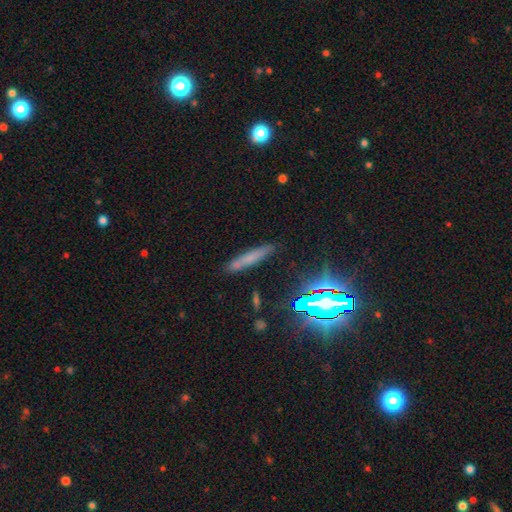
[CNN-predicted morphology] A star or artifact, not a galaxy (36%).

Vote fractions:
- Smooth or featured? star or artifact: 36% / smooth: 35% / featured or disk: 28%